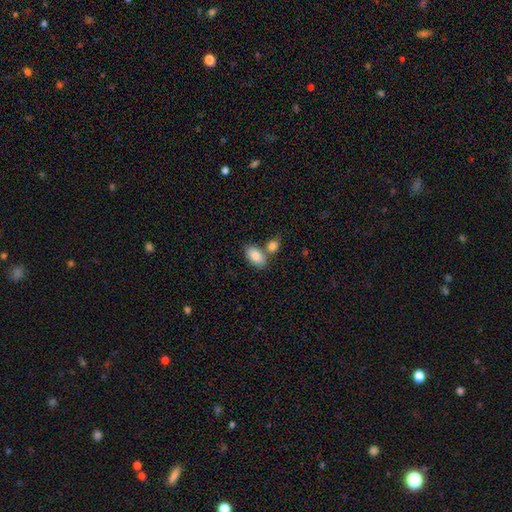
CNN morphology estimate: A smooth galaxy with no disk features (86%) that is in between round and cigar-shaped (93%). Merging: none (54%).